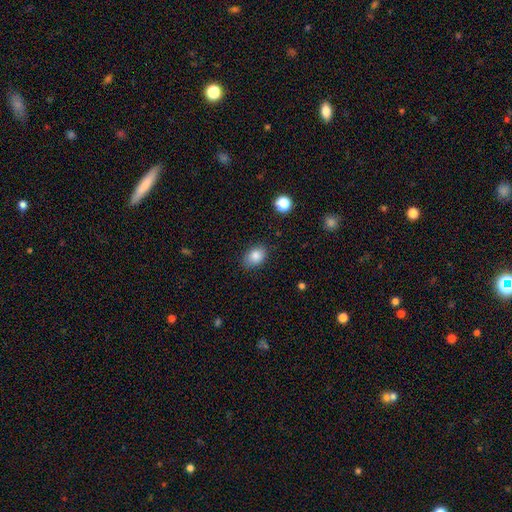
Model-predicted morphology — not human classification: Smooth or featured? Predicted: smooth (p=0.85). How rounded? Predicted: in between (p=0.76). Merging? Predicted: none (p=0.79).